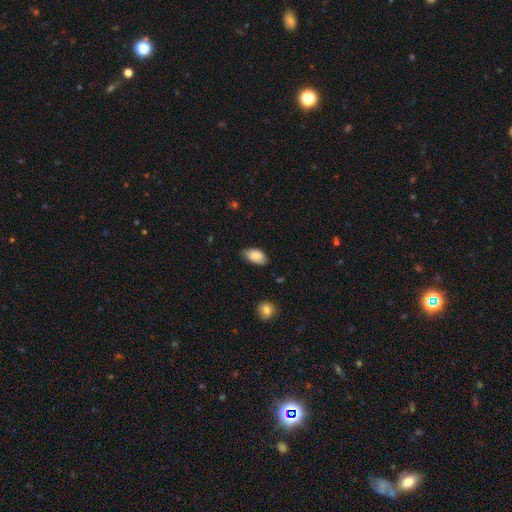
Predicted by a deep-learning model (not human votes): Overall: smooth (85%). How rounded: in between (93%). Merging: none (72%).